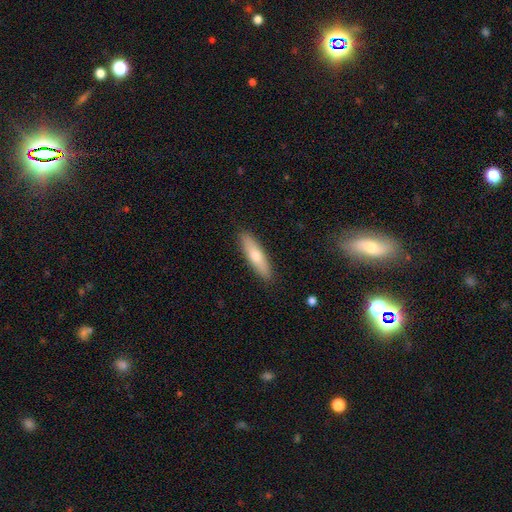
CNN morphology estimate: A smooth galaxy with no disk features (69%) that is cigar-shaped (69%). Merging: none (89%).